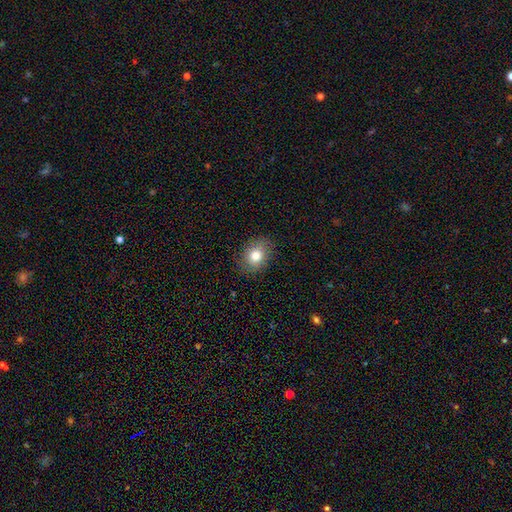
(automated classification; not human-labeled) smooth 79%, featured or disk 11%, star or artifact 10%. Down the decision tree: how rounded — in between (60%); merging — none (86%).